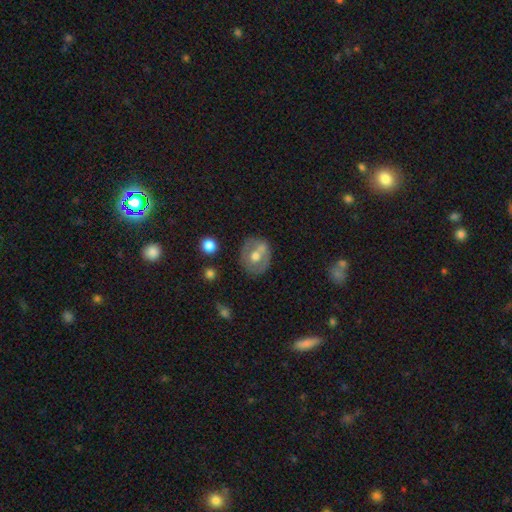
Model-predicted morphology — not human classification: Smooth or featured? Predicted: featured or disk (p=0.49). Merging? Predicted: none (p=0.68).